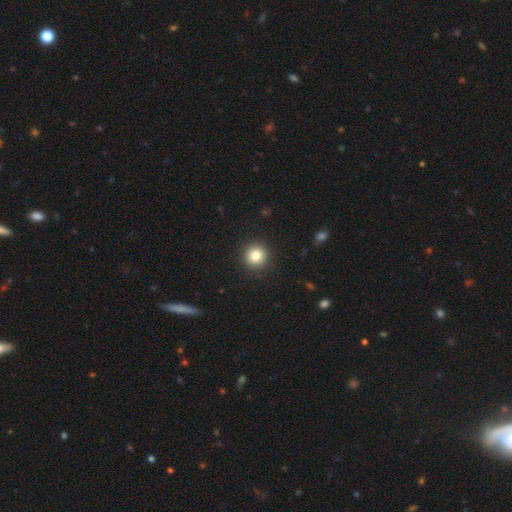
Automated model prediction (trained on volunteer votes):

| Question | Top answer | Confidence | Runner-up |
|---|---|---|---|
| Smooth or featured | smooth | 83% | star or artifact (11%) |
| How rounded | round | 93% | in between (6%) |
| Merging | none | 92% | minor disturbance (6%) |